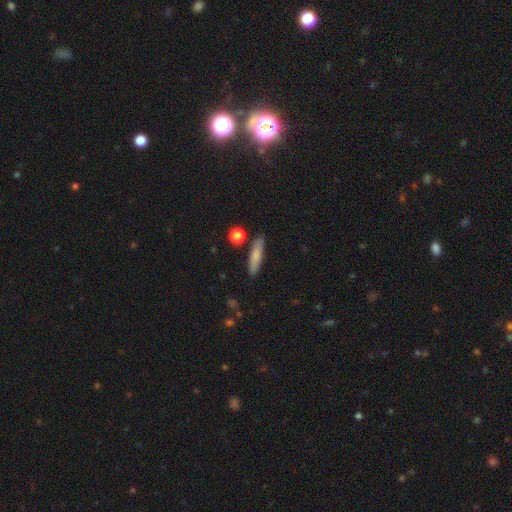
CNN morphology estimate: smooth-or-featured: smooth: 76% | featured or disk: 17% | star or artifact: 7%
  how-rounded: cigar-shaped: 82% | in between: 15% | round: 3%
  merging: none: 84% | minor disturbance: 10% | merger: 4% | major disturbance: 2%